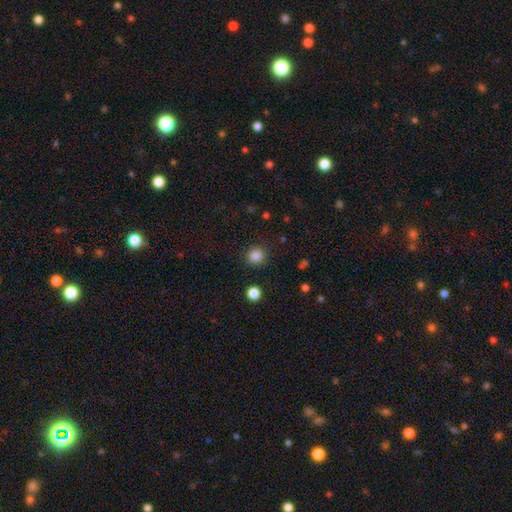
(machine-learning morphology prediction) smooth_or_featured: smooth (p=0.85) [alt: star or artifact p=0.12]
how_rounded: round (p=0.93) [alt: in between p=0.06]
merging: none (p=0.90) [alt: minor disturbance p=0.06]